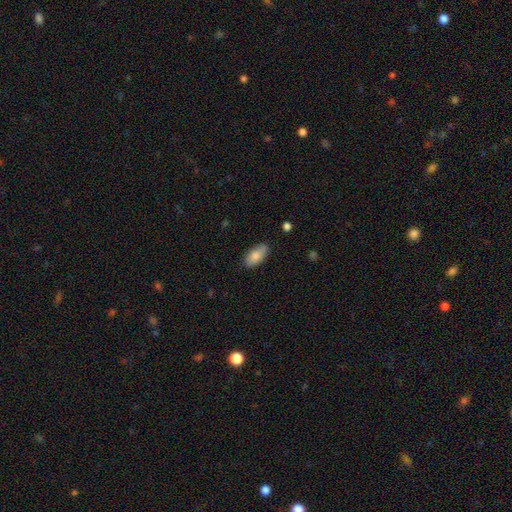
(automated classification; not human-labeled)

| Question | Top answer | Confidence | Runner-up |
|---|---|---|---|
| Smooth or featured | smooth | 84% | featured or disk (10%) |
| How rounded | in between | 93% | cigar-shaped (4%) |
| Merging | none | 82% | minor disturbance (14%) |